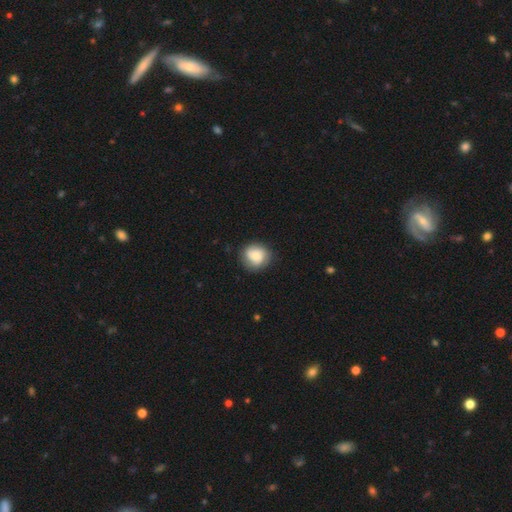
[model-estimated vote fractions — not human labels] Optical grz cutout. It shows a smooth galaxy with no disk features (61%) that is round (85%). Merging: none (80%).